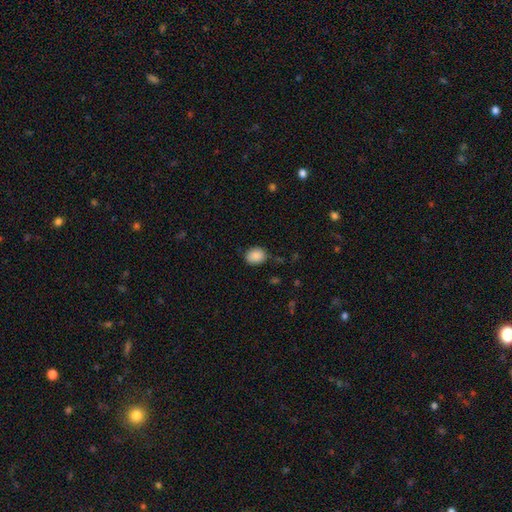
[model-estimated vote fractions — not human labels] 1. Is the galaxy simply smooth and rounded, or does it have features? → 88% smooth, 8% star or artifact, 4% featured or disk.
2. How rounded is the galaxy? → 53% round, 46% in between, 1% cigar-shaped.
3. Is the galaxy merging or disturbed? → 83% none, 13% minor disturbance, 3% major disturbance, 1% merger.